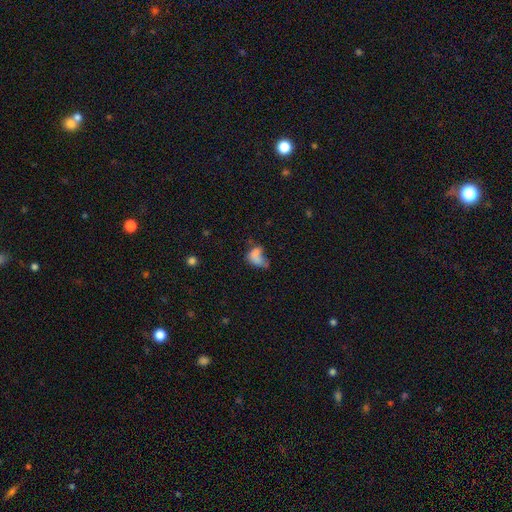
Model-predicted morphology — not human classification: smooth_or_featured: smooth (p=0.67) [alt: featured or disk p=0.20]
how_rounded: in between (p=0.83) [alt: round p=0.13]
merging: major disturbance (p=0.36) [alt: merger p=0.24]